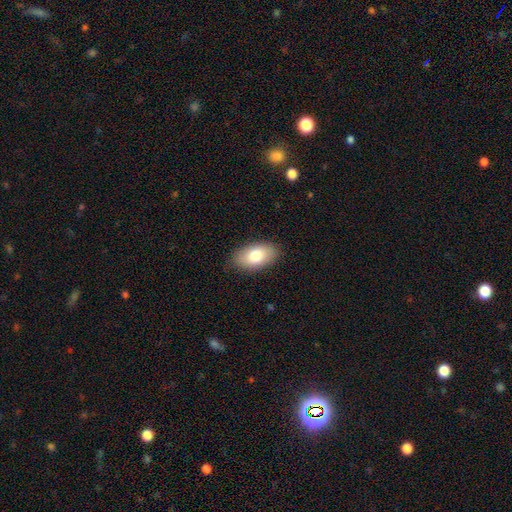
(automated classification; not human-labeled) smooth 80%, featured or disk 13%, star or artifact 7%. Down the decision tree: how rounded — in between (94%); merging — none (85%).